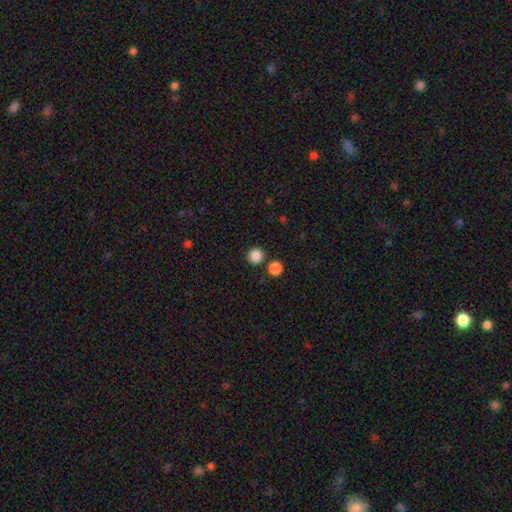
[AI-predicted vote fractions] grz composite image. It shows a smooth galaxy with no disk features (86%) that is round (95%). Merging: none (87%).